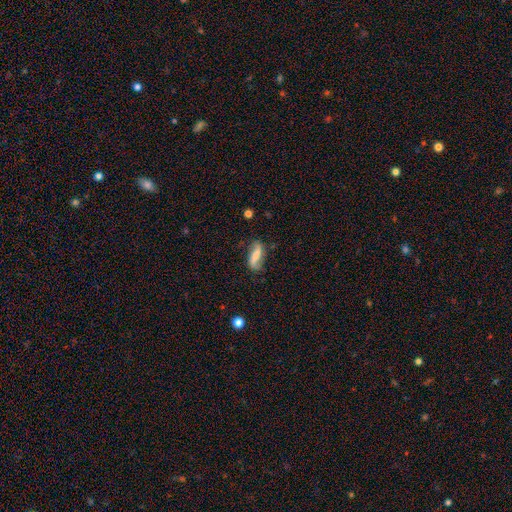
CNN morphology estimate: A featured or disk galaxy (49%).

Vote fractions:
- Smooth or featured? featured or disk: 49% / smooth: 42% / star or artifact: 9%
- Merging? none: 64% / minor disturbance: 24% / major disturbance: 9% / merger: 3%